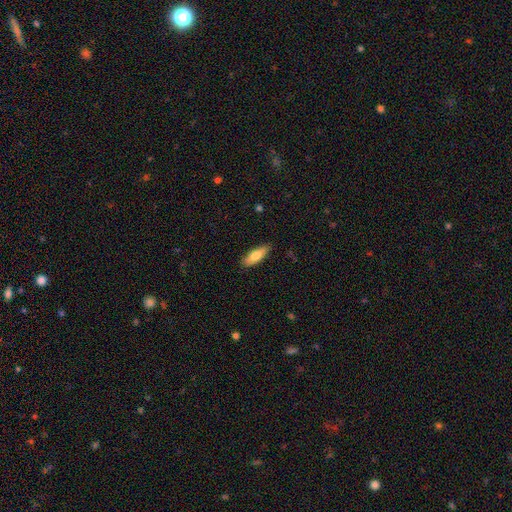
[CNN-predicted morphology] smooth_or_featured: smooth (p=0.78) [alt: featured or disk p=0.16]
how_rounded: in between (p=0.60) [alt: cigar-shaped p=0.38]
merging: none (p=0.85) [alt: minor disturbance p=0.12]